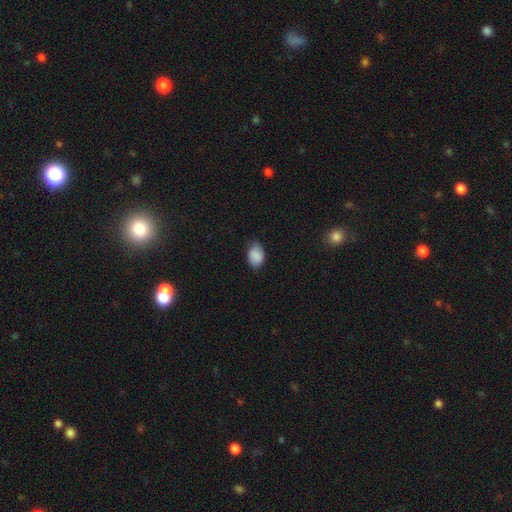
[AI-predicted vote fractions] smooth_or_featured: smooth (p=0.85) [alt: featured or disk p=0.07]
how_rounded: in between (p=0.83) [alt: round p=0.16]
merging: none (p=0.70) [alt: minor disturbance p=0.25]